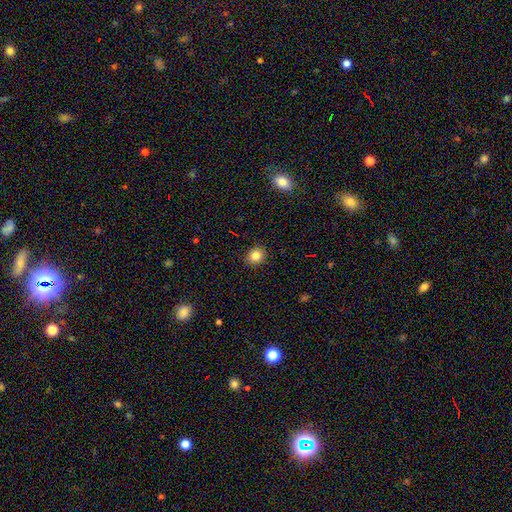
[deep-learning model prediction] Q: Smooth or featured?
A: smooth (83%); runner-up: star or artifact (11%)
Q: How rounded?
A: round (70%); runner-up: in between (29%)
Q: Merging?
A: none (90%); runner-up: minor disturbance (8%)